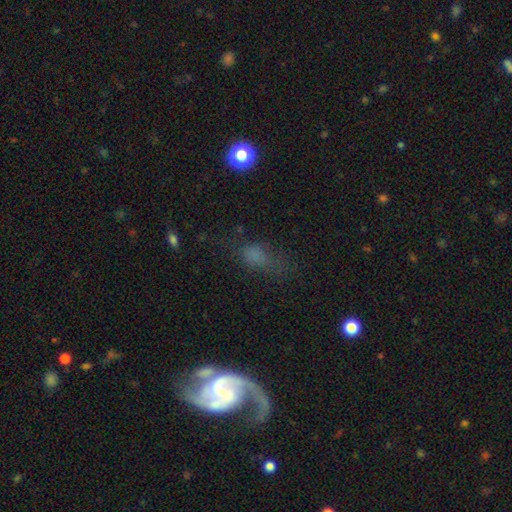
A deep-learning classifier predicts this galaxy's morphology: smooth 64%, star or artifact 22%, featured or disk 13%. Down the decision tree: how rounded — in between (72%); merging — none (47%).